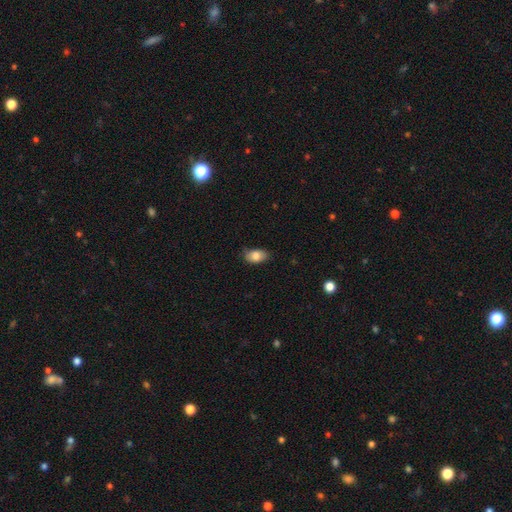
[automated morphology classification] Q: Smooth or featured?
A: smooth (83%); runner-up: featured or disk (9%)
Q: How rounded?
A: in between (90%); runner-up: round (9%)
Q: Merging?
A: none (71%); runner-up: minor disturbance (24%)